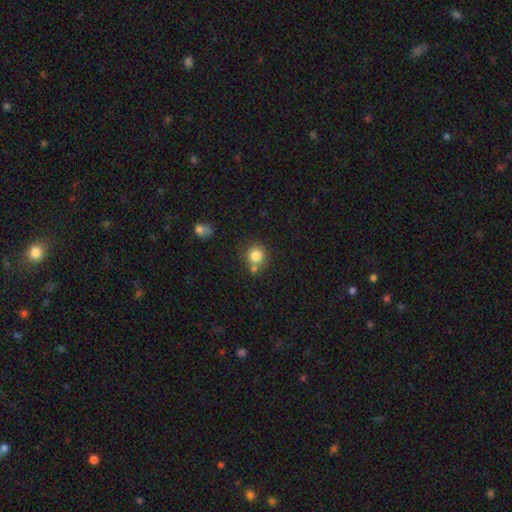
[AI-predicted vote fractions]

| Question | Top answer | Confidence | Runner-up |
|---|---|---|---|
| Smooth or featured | smooth | 82% | star or artifact (11%) |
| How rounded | round | 91% | in between (9%) |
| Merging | none | 65% | merger (21%) |